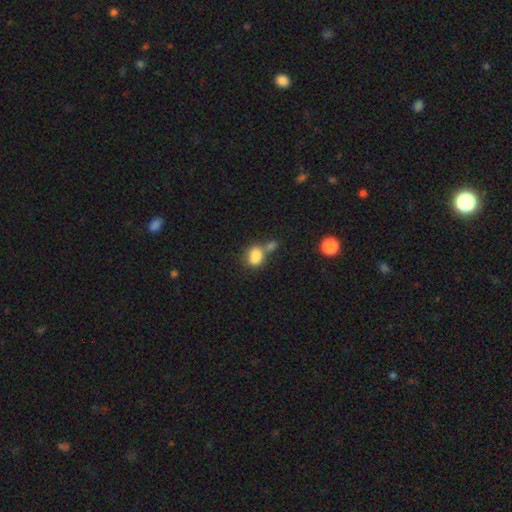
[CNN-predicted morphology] Smooth or featured: smooth — 81% (star or artifact — 10%)
How rounded: in between — 66% (round — 32%)
Merging: merger — 48% (none — 31%)